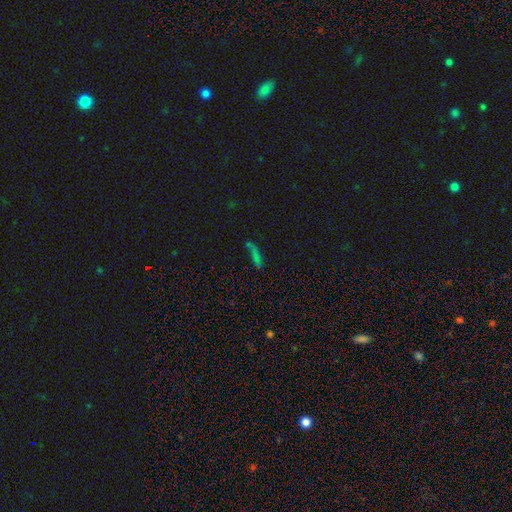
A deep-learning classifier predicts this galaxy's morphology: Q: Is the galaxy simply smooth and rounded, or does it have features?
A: smooth — 55%.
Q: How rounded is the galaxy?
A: cigar-shaped — 74%.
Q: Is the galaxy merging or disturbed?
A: none — 61%.